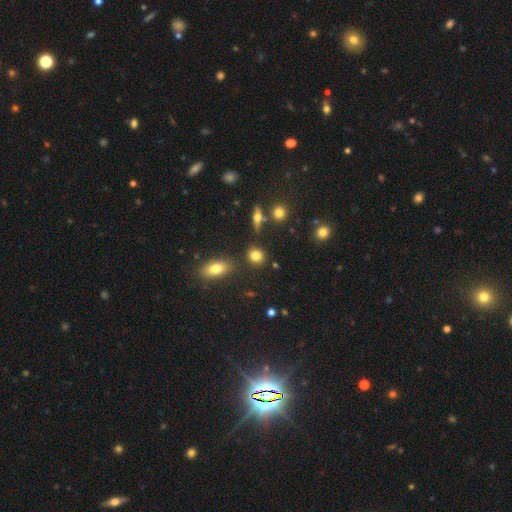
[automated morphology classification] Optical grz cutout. It shows a smooth galaxy with no disk features (80%) that is round (73%). Merging: none (80%).